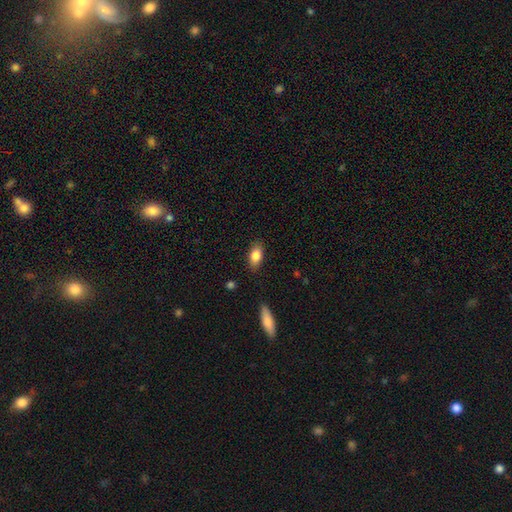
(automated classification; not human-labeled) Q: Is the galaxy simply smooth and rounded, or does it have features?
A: smooth — 84%.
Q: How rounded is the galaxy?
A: in between — 88%.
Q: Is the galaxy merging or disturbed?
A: none — 85%.